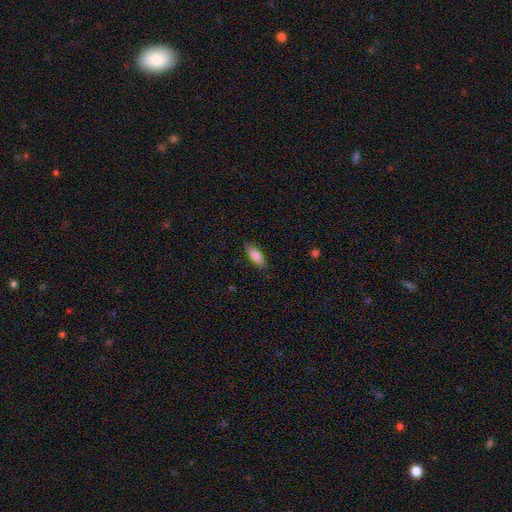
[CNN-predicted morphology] A smooth galaxy with no disk features (82%) that is in between round and cigar-shaped (63%).

Vote fractions:
- Smooth or featured? smooth: 82% / featured or disk: 11% / star or artifact: 6%
- How rounded? in between: 63% / cigar-shaped: 36% / round: 2%
- Merging? none: 85% / minor disturbance: 11% / major disturbance: 2% / merger: 1%